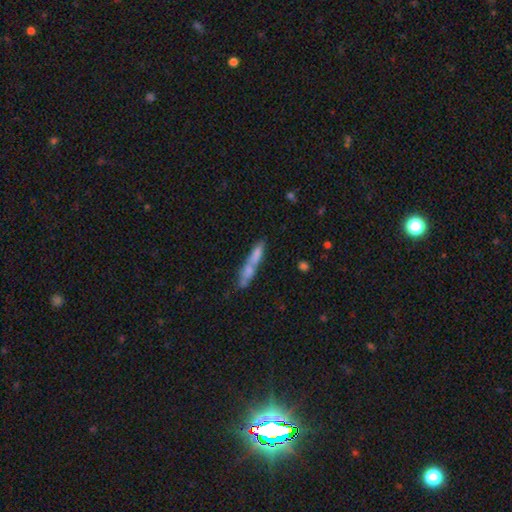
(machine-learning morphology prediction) smooth_or_featured: smooth (p=0.64) [alt: featured or disk p=0.26]
how_rounded: cigar-shaped (p=0.77) [alt: in between p=0.20]
merging: merger (p=0.46) [alt: none p=0.35]